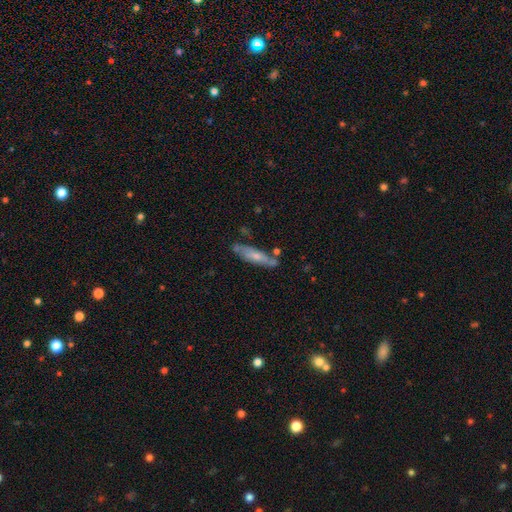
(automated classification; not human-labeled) smooth-or-featured: smooth: 48% | featured or disk: 46% | star or artifact: 6%
  merging: none: 67% | minor disturbance: 19% | merger: 9% | major disturbance: 5%